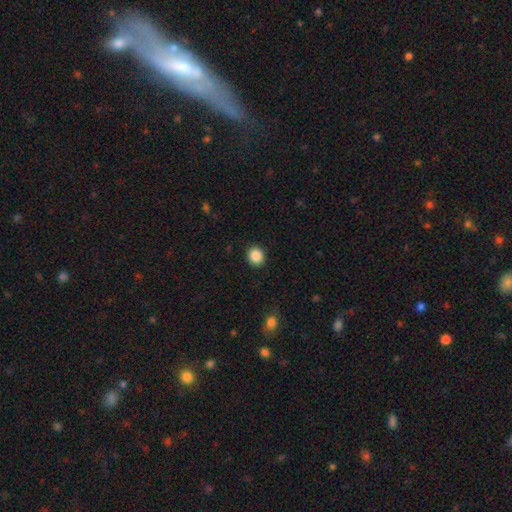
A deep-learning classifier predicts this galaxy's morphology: The model was most divided on "how rounded": round: 76%, in between: 23%, cigar-shaped: 1%. More confident: merging — none (91%); smooth or featured — smooth (88%).